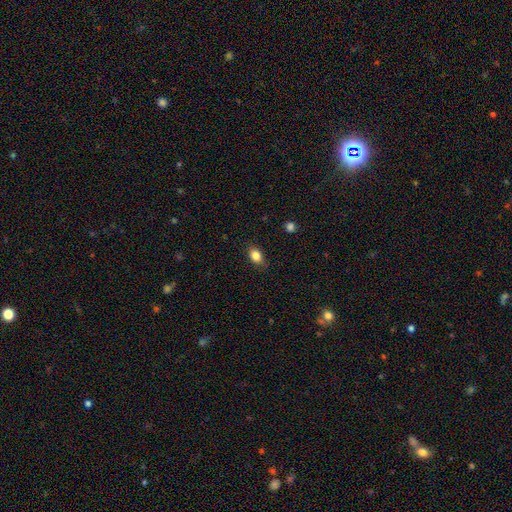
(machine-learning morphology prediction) This is clearly a smooth galaxy (85%). How rounded: clearly in between (80%). Merging: clearly none (84%).